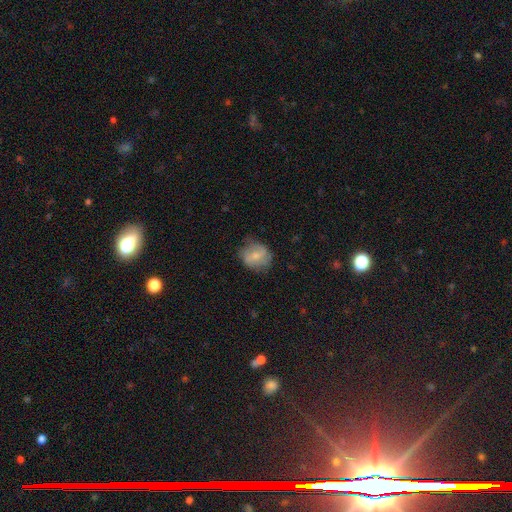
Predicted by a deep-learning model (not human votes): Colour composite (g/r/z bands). It shows a smooth galaxy with no disk features (56%) that is round (70%). Merging: none (67%).